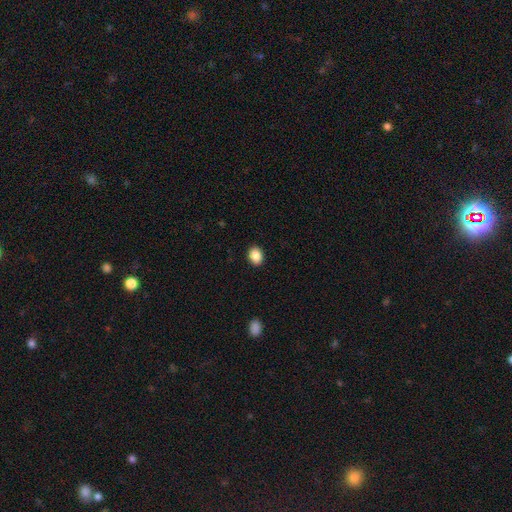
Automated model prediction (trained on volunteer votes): Morphology: type=smooth (87%); roundness=in between (58%); merging=none (91%).